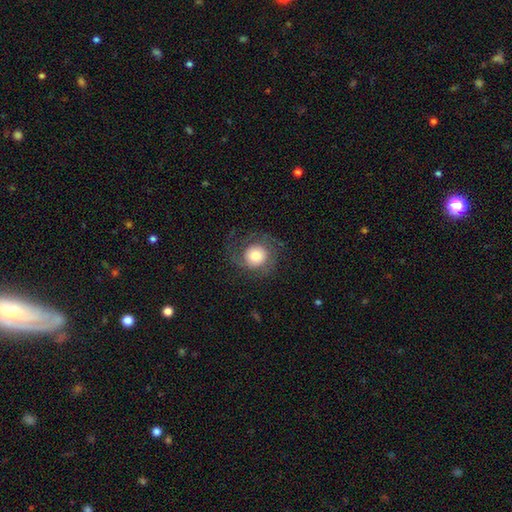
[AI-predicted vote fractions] Smooth or featured? featured or disk (50%)
Edge-on disk? no (97%)
Merging? none (69%)